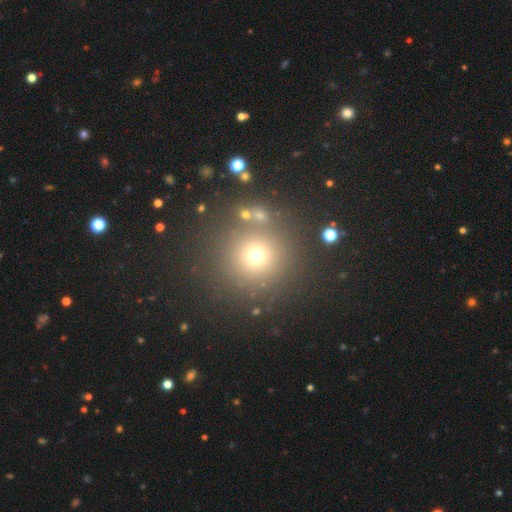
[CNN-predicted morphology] smooth 68%, star or artifact 23%, featured or disk 9%. Down the decision tree: how rounded — round (95%); merging — none (84%).